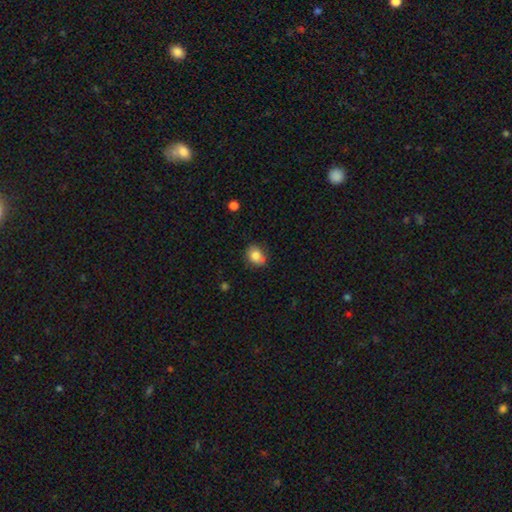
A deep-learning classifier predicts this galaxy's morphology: smooth 82%, star or artifact 9%, featured or disk 9%. Down the decision tree: how rounded — round (52%); merging — none (73%).